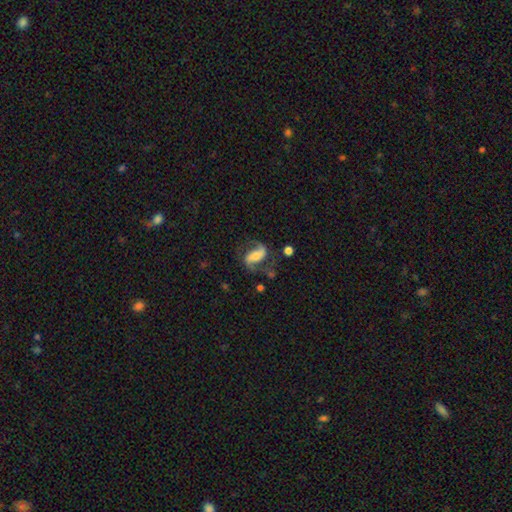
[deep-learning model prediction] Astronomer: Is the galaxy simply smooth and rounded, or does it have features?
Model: featured or disk — 77%.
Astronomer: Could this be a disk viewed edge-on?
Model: no — 97%.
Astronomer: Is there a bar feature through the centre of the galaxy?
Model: strong — 40% (runner-up: weak, 32%).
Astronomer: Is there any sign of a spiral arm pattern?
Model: yes — 94%.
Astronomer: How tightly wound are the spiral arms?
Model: loose — 46% (runner-up: medium, 42%).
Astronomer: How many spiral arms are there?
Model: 2 — 90%.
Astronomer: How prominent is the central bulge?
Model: moderate — 36% (runner-up: small, 30%).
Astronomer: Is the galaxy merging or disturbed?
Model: none — 60%.